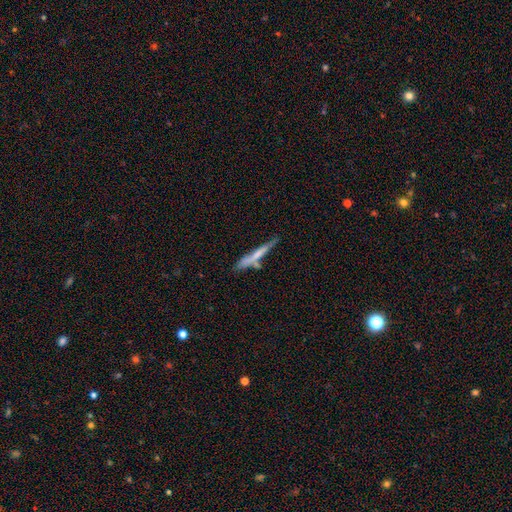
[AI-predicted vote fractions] Smooth or featured? smooth (53%)
How rounded? cigar-shaped (94%)
Merging? none (62%)